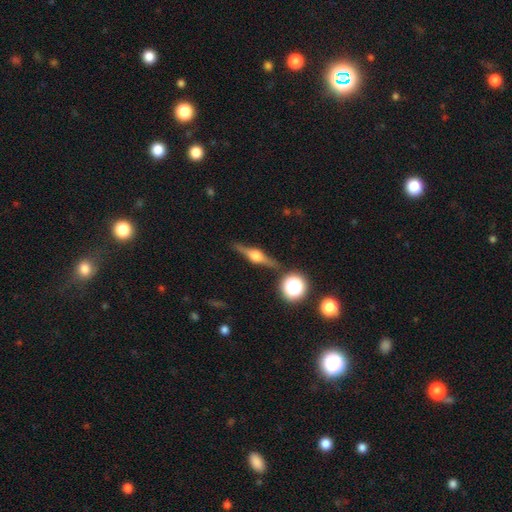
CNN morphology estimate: A featured or disk galaxy (80%) viewed edge-on (97%) with a rounded central bulge (93%).

Vote fractions:
- Smooth or featured? featured or disk: 80% / smooth: 12% / star or artifact: 8%
- Edge-on disk? yes: 97% / no: 3%
- Edge-on bulge? rounded: 93% / boxy: 6% / none: 1%
- Merging? none: 87% / minor disturbance: 8% / merger: 2% / major disturbance: 2%